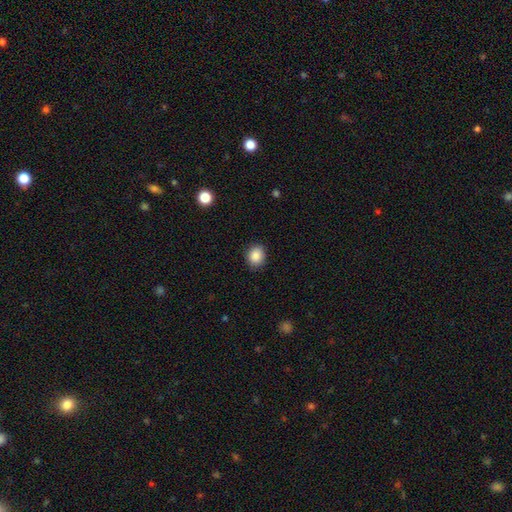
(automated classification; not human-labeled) Smooth or featured? smooth (88%)
How rounded? round (65%)
Merging? none (87%)